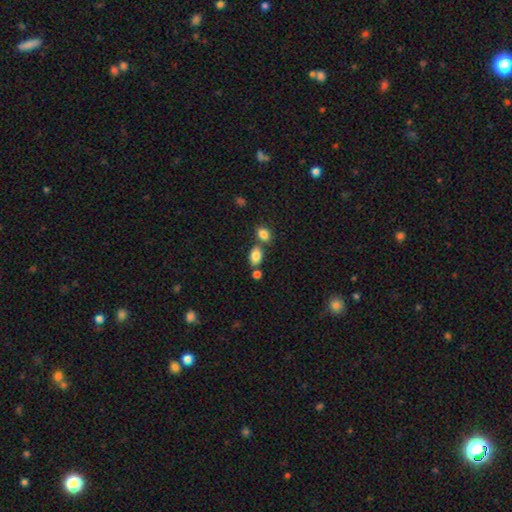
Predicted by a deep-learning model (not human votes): Smooth or featured?
  - smooth: 84% *
  - star or artifact: 9%
  - featured or disk: 7%
How rounded?
  - in between: 85% *
  - round: 13%
  - cigar-shaped: 2%
Merging?
  - none: 58% *
  - merger: 27%
  - minor disturbance: 12%
  - major disturbance: 4%